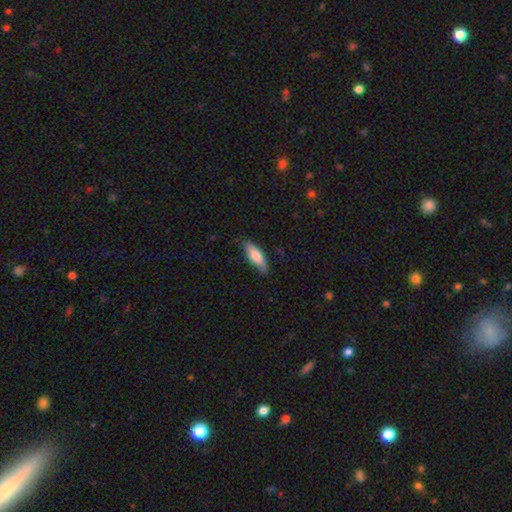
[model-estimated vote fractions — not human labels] smooth 75%, featured or disk 20%, star or artifact 6%. Down the decision tree: how rounded — in between (57%); merging — none (78%).